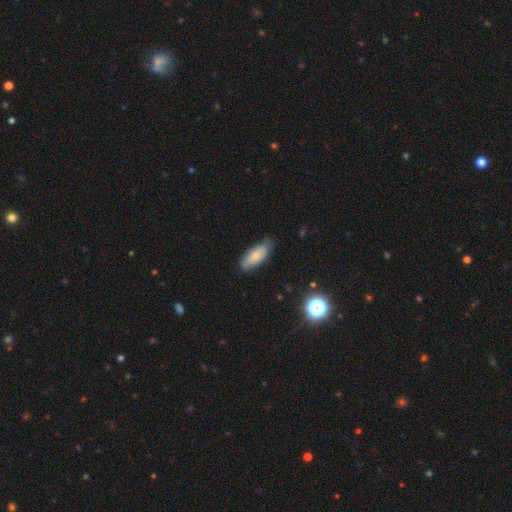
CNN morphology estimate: Overall: smooth (73%). How rounded: in between (77%). Merging: none (70%).